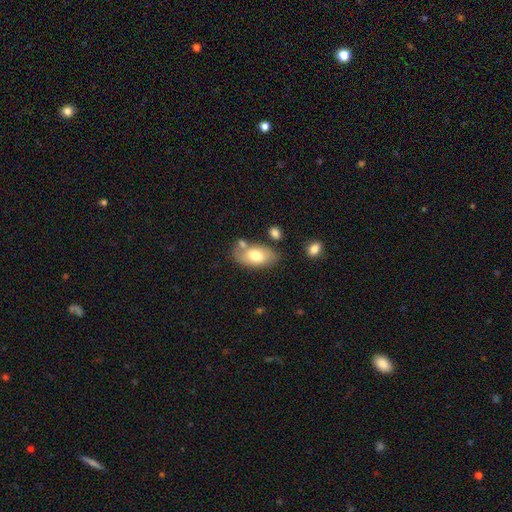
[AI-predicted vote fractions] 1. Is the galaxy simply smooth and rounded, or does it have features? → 67% smooth, 26% featured or disk, 7% star or artifact.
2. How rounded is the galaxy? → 93% in between, 5% round, 2% cigar-shaped.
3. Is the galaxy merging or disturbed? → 64% none, 18% minor disturbance, 13% merger, 5% major disturbance.